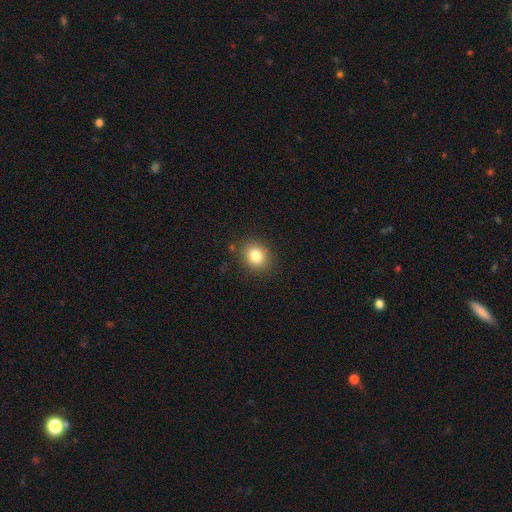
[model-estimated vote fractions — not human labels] Smooth or featured: smooth — 82% (star or artifact — 11%)
How rounded: round — 68% (in between — 32%)
Merging: none — 87% (minor disturbance — 9%)